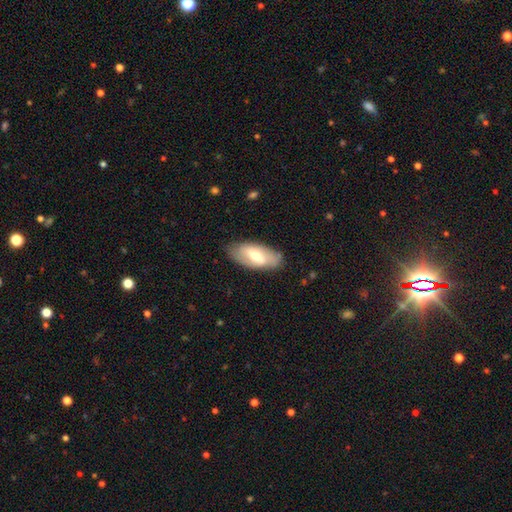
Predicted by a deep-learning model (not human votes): Smooth or featured?
  - featured or disk: 49% *
  - smooth: 45%
  - star or artifact: 6%
Merging?
  - none: 79% *
  - minor disturbance: 16%
  - major disturbance: 4%
  - merger: 1%